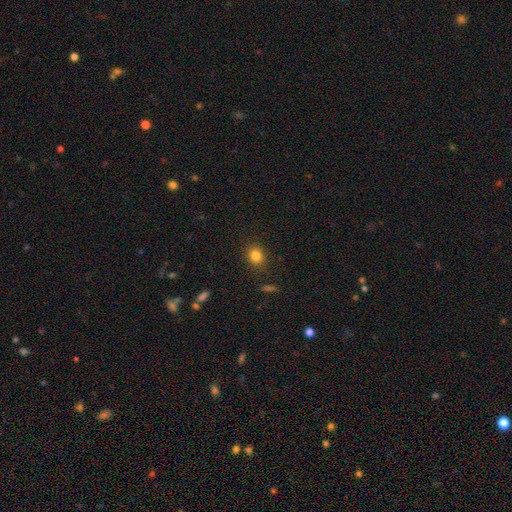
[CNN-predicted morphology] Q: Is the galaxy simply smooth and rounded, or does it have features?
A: smooth — 83%.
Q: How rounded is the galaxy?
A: round — 66%.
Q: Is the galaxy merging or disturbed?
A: none — 88%.